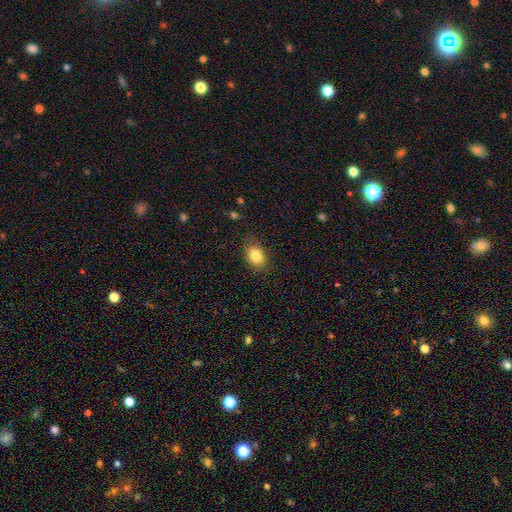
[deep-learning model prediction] Smooth or featured?
  - smooth: 83% *
  - star or artifact: 9%
  - featured or disk: 8%
How rounded?
  - in between: 76% *
  - round: 23%
  - cigar-shaped: 1%
Merging?
  - none: 80% *
  - minor disturbance: 16%
  - major disturbance: 4%
  - merger: 1%